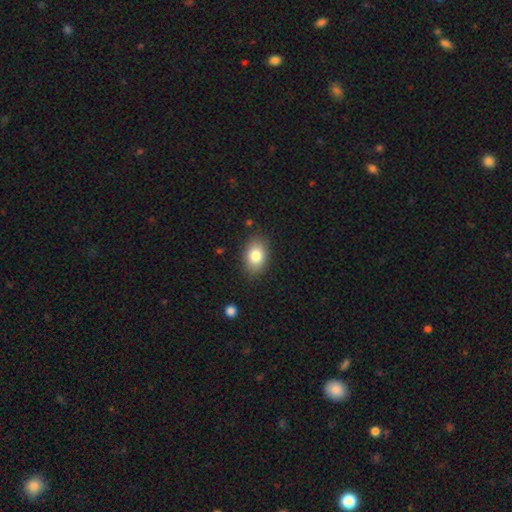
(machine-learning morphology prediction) Smooth or featured?
  - smooth: 82% *
  - featured or disk: 10%
  - star or artifact: 8%
How rounded?
  - in between: 83% *
  - round: 16%
  - cigar-shaped: 1%
Merging?
  - none: 85% *
  - minor disturbance: 11%
  - major disturbance: 3%
  - merger: 1%